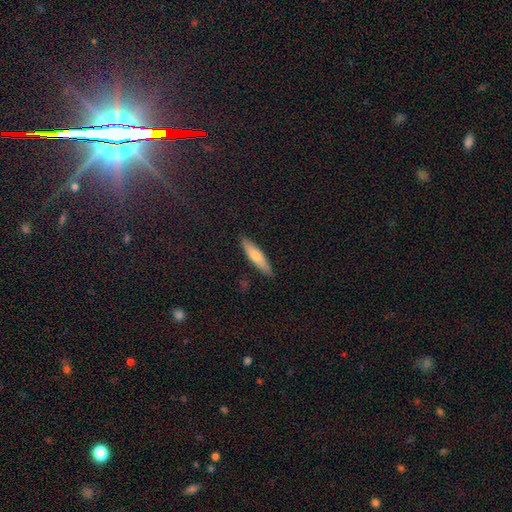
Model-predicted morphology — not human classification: The model was most divided on "smooth or featured": smooth: 70%, featured or disk: 24%, star or artifact: 6%. More confident: merging — none (88%); how rounded — cigar-shaped (74%).